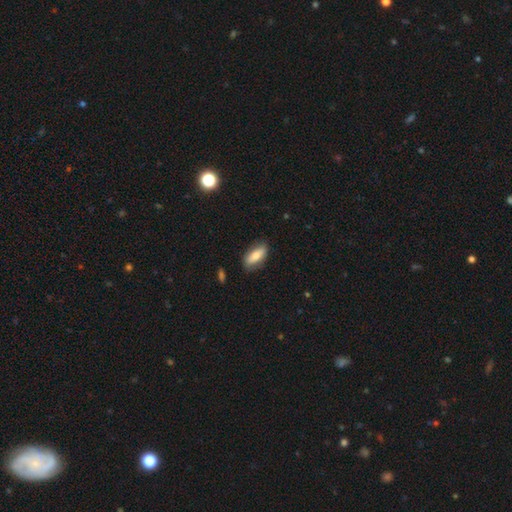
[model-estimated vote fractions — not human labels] smooth 72%, featured or disk 22%, star or artifact 6%. Down the decision tree: how rounded — in between (81%); merging — none (79%).